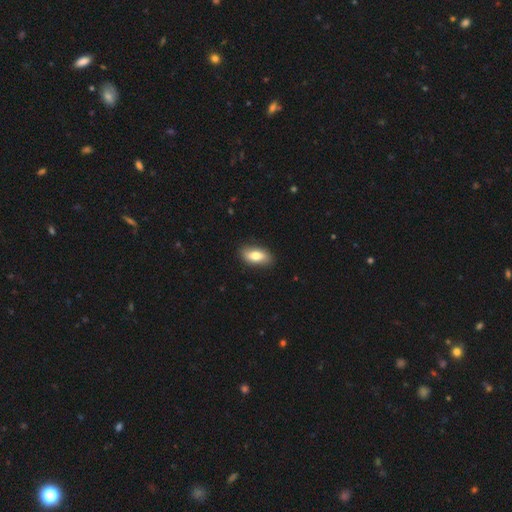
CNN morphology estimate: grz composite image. It shows a smooth galaxy with no disk features (73%) that is in between round and cigar-shaped (87%). Merging: none (87%).